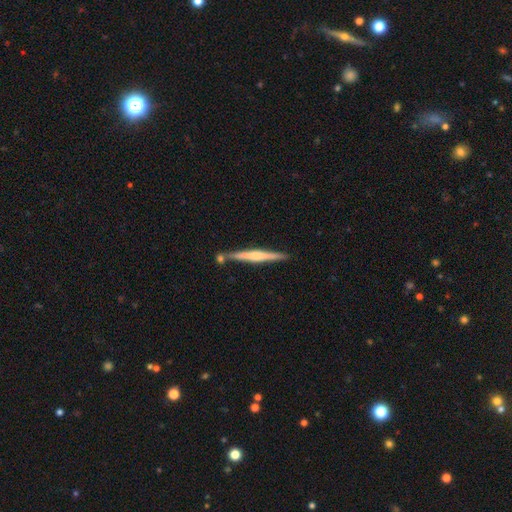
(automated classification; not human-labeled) Morphology: type=featured or disk (61%); edge-on=yes (98%); edge-on bulge=rounded (52%); merging=none (78%).